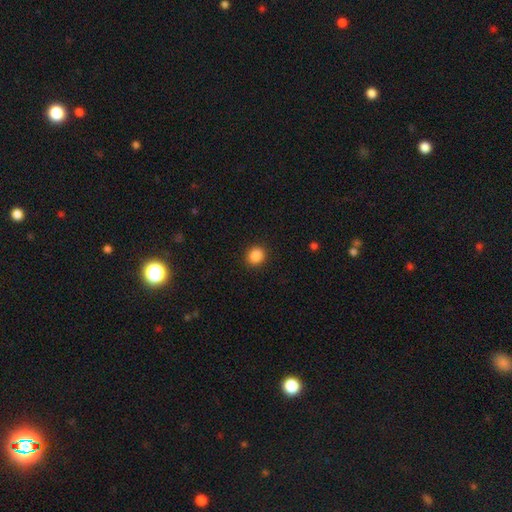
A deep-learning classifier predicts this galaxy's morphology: Smooth or featured? smooth (87%)
How rounded? round (82%)
Merging? none (91%)